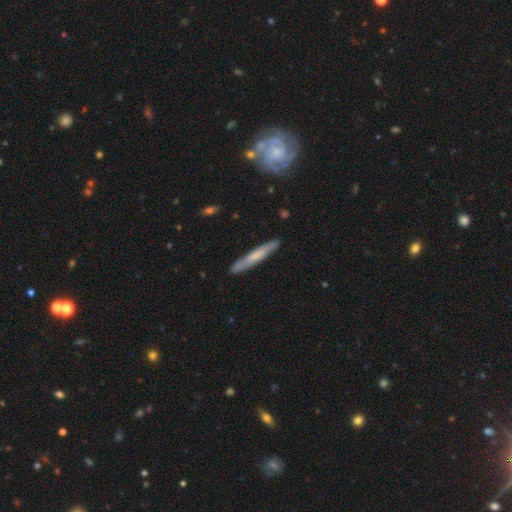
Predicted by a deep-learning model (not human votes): smooth-or-featured: smooth: 54% | featured or disk: 40% | star or artifact: 5%
  how-rounded: cigar-shaped: 95% | in between: 4% | round: 1%
  merging: none: 88% | minor disturbance: 9% | major disturbance: 2% | merger: 1%